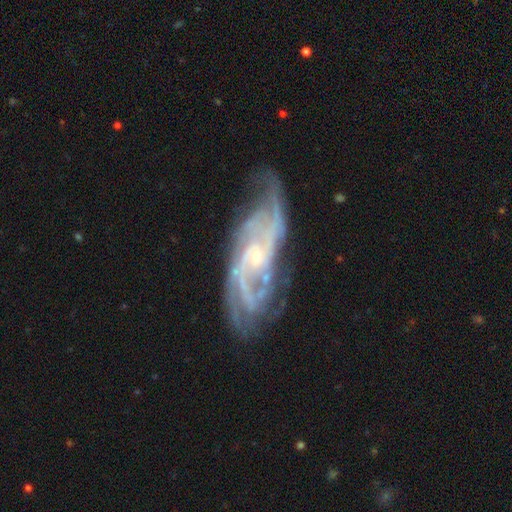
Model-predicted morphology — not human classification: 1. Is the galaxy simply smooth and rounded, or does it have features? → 88% featured or disk, 6% star or artifact, 6% smooth.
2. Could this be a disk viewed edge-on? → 91% no, 9% yes.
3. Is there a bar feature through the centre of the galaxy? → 58% no, 33% weak, 9% strong.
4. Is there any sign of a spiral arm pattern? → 96% yes, 4% no.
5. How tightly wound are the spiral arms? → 44% medium, 40% tight, 16% loose.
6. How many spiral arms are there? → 27% 2, 25% can't tell, 22% 3, 14% 4, 7% more than 4, 6% 1.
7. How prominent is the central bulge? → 69% small, 24% moderate, 4% none, 1% large, 1% dominant.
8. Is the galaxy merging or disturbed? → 66% none, 20% minor disturbance, 12% major disturbance, 2% merger.